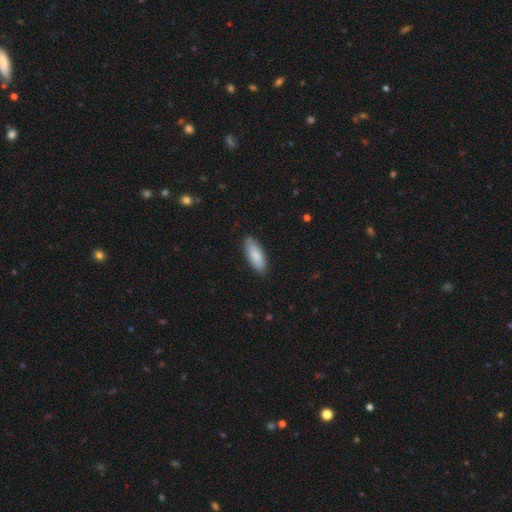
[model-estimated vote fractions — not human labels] smooth 86%, featured or disk 9%, star or artifact 5%. Down the decision tree: how rounded — in between (69%); merging — none (87%).